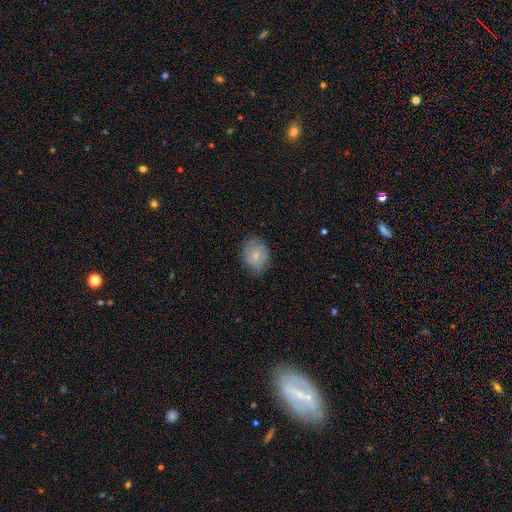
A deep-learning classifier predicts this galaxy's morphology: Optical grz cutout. It shows a smooth galaxy with no disk features (73%) that is round (54%). Merging: none (72%).